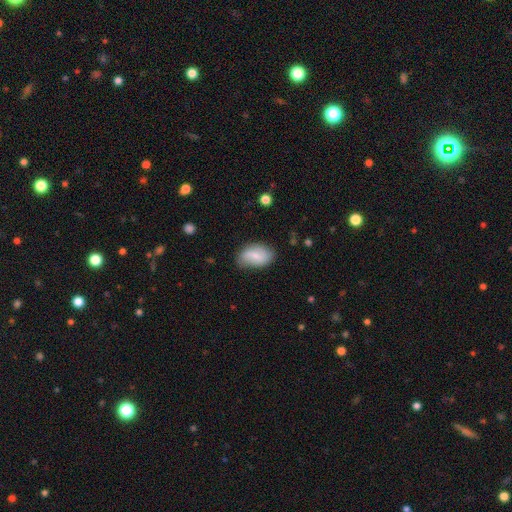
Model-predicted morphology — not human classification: smooth_or_featured: smooth (p=0.57) [alt: featured or disk p=0.36]
how_rounded: in between (p=0.91) [alt: round p=0.07]
merging: none (p=0.74) [alt: minor disturbance p=0.20]